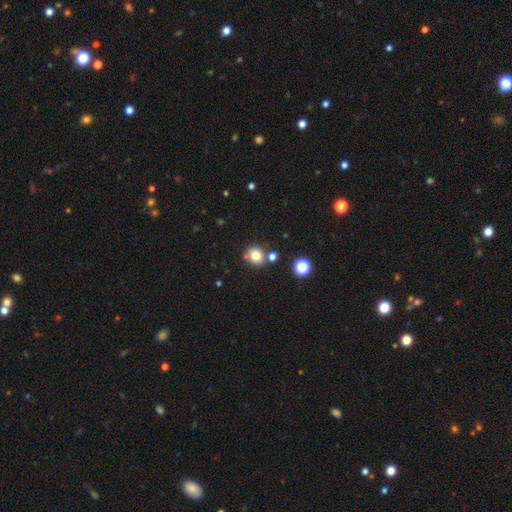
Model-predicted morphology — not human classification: Smooth or featured: smooth — 78% (star or artifact — 13%)
How rounded: round — 77% (in between — 22%)
Merging: none — 71% (merger — 14%)